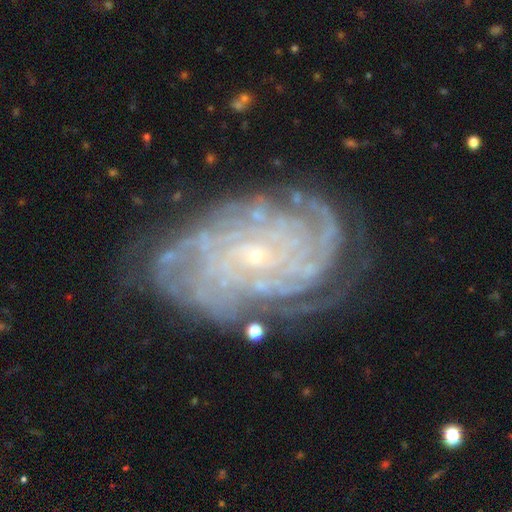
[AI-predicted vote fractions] Smooth or featured? Predicted: featured or disk (p=0.87). Edge-on disk? Predicted: no (p=0.96). Bar? Predicted: no (p=0.72). Spiral arms? Predicted: yes (p=0.96). Spiral winding? Predicted: tight (p=0.77). Spiral arm count? Predicted: can't tell (p=0.30). Bulge size? Predicted: small (p=0.85). Merging? Predicted: none (p=0.72).